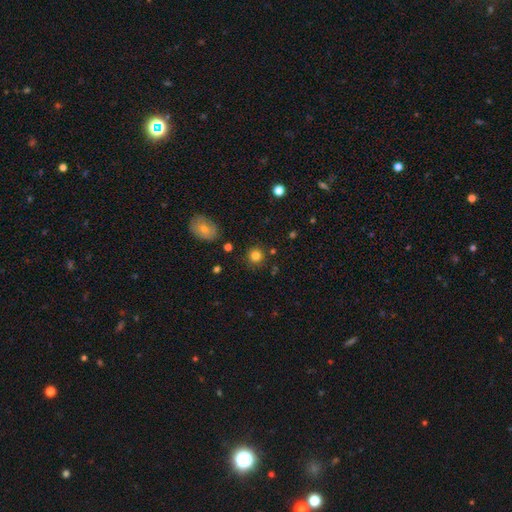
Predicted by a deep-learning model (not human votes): Smooth or featured?
  - smooth: 82% *
  - star or artifact: 12%
  - featured or disk: 6%
How rounded?
  - round: 92% *
  - in between: 7%
  - cigar-shaped: 1%
Merging?
  - none: 87% *
  - minor disturbance: 8%
  - merger: 3%
  - major disturbance: 3%